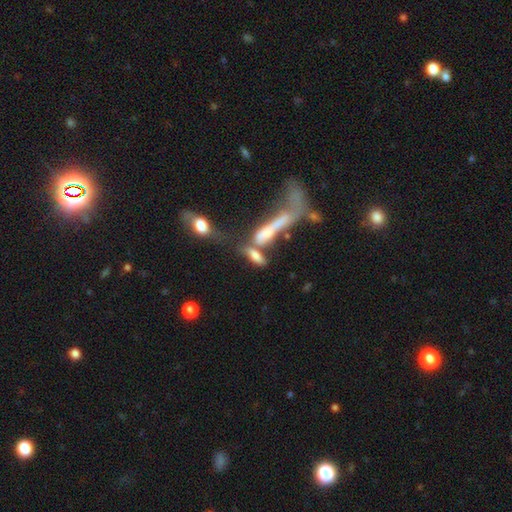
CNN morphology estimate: type=smooth (68%); roundness=in between (57%); merging=merger (47%).